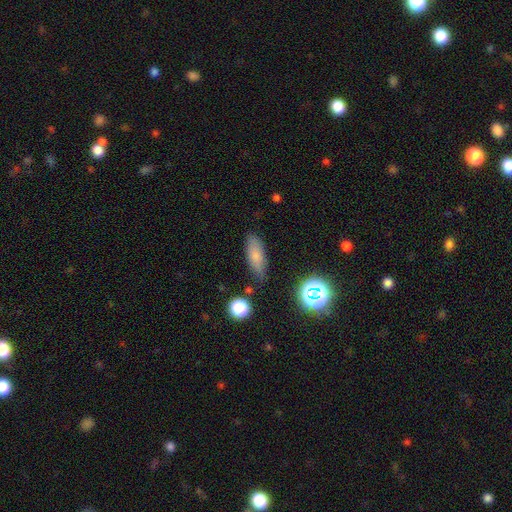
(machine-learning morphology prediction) Q: Smooth or featured?
A: smooth (75%); runner-up: featured or disk (14%)
Q: How rounded?
A: in between (65%); runner-up: cigar-shaped (31%)
Q: Merging?
A: none (73%); runner-up: minor disturbance (19%)